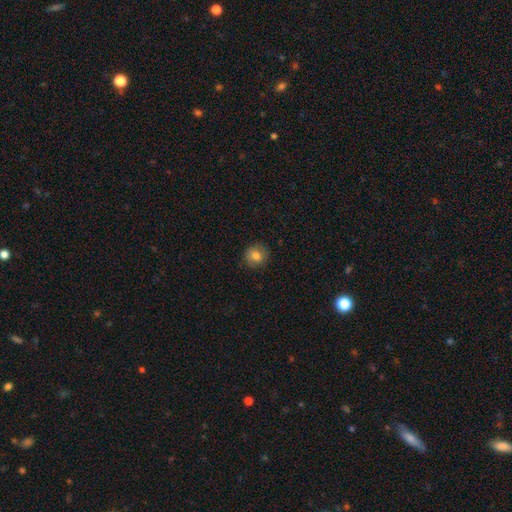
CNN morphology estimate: smooth_or_featured: smooth (p=0.79) [alt: featured or disk p=0.11]
how_rounded: round (p=0.86) [alt: in between p=0.13]
merging: none (p=0.87) [alt: minor disturbance p=0.09]